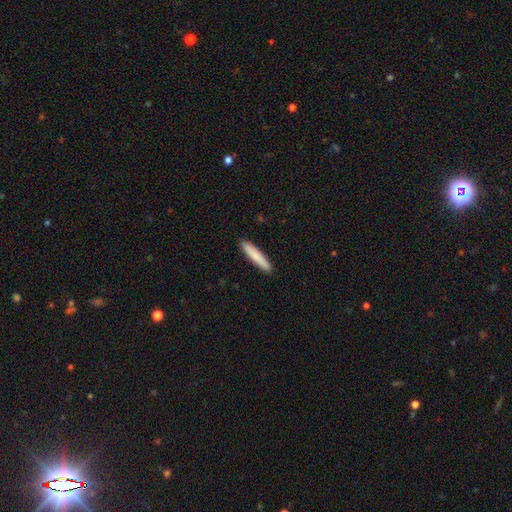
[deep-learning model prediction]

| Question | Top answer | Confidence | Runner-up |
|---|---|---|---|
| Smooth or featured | smooth | 82% | featured or disk (12%) |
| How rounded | cigar-shaped | 91% | in between (8%) |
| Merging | none | 91% | minor disturbance (7%) |